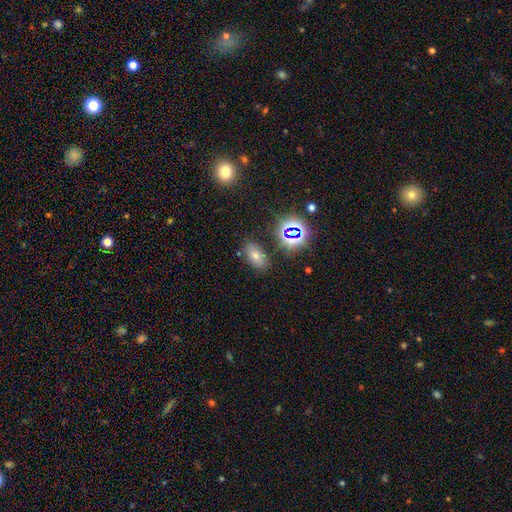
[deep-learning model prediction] Smooth or featured: smooth — 51% (star or artifact — 34%)
How rounded: in between — 85% (round — 12%)
Merging: none — 83% (minor disturbance — 11%)